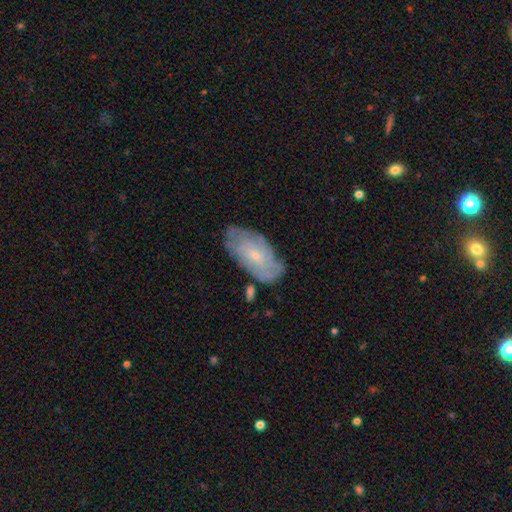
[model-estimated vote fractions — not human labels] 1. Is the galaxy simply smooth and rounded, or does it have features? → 59% featured or disk, 34% smooth, 7% star or artifact.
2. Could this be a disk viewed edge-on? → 92% no, 8% yes.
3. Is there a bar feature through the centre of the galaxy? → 71% no, 25% weak, 4% strong.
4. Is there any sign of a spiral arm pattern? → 76% yes, 24% no.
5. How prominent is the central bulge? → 65% small, 30% moderate, 3% none, 1% large, 1% dominant.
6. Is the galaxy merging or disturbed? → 71% none, 21% minor disturbance, 5% major disturbance, 3% merger.